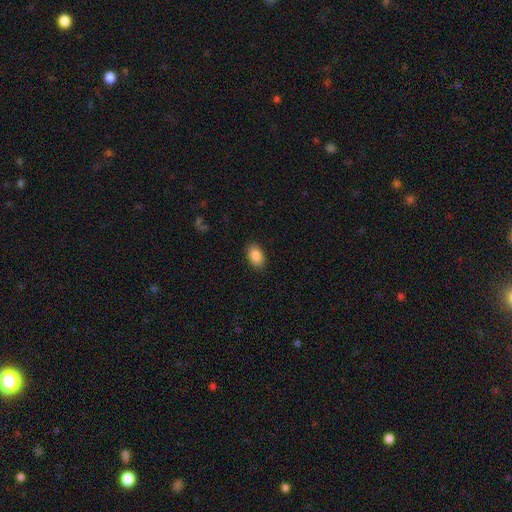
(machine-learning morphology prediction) smooth_or_featured: smooth (p=0.88) [alt: star or artifact p=0.07]
how_rounded: in between (p=0.90) [alt: round p=0.09]
merging: none (p=0.89) [alt: minor disturbance p=0.08]